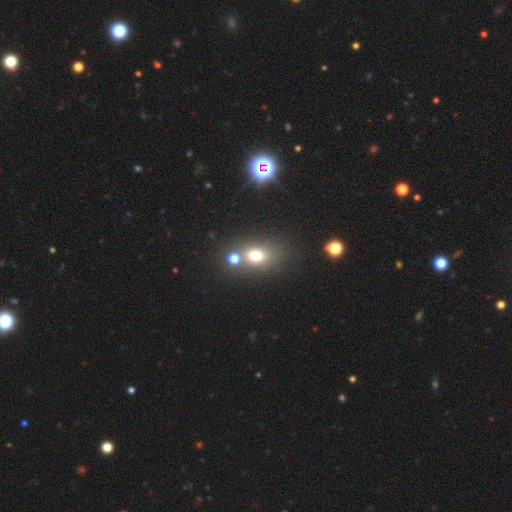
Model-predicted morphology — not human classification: Overall: smooth (68%). How rounded: in between (62%; round 36%). Merging: none (54%; merger 30%).